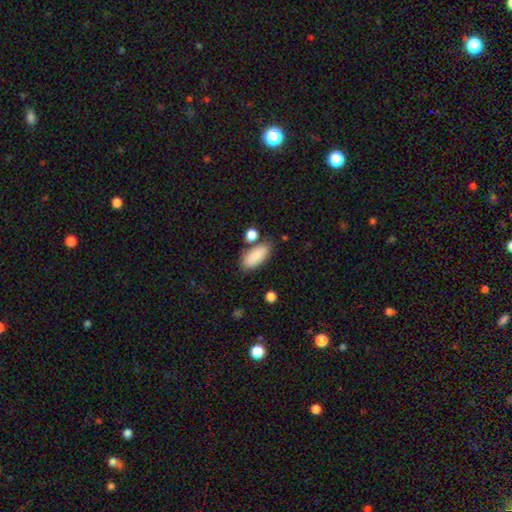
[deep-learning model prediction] smooth-or-featured: smooth: 87% | featured or disk: 7% | star or artifact: 7%
  how-rounded: in between: 89% | cigar-shaped: 8% | round: 3%
  merging: none: 68% | minor disturbance: 16% | merger: 12% | major disturbance: 5%